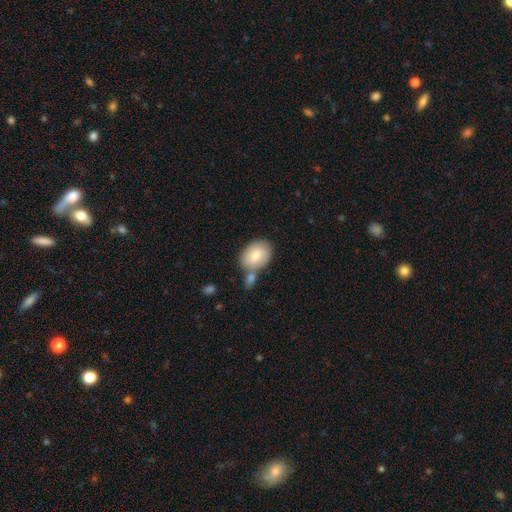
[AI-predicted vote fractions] smooth_or_featured: smooth (p=0.79) [alt: featured or disk p=0.15]
how_rounded: in between (p=0.76) [alt: round p=0.23]
merging: none (p=0.53) [alt: merger p=0.28]